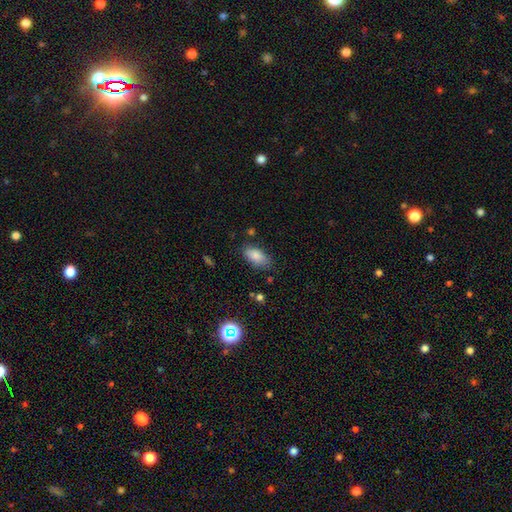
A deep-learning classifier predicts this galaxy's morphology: type=smooth (84%); roundness=in between (91%); merging=none (75%).